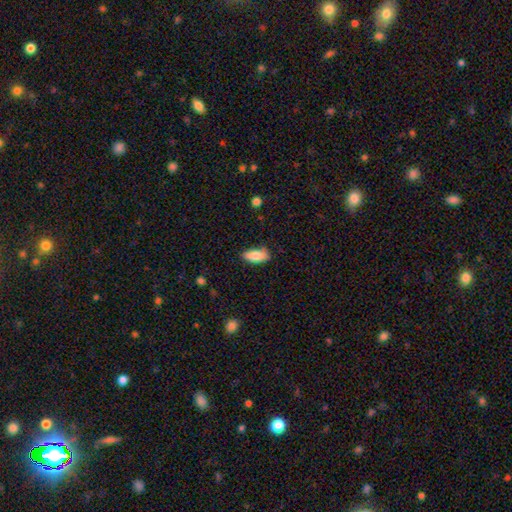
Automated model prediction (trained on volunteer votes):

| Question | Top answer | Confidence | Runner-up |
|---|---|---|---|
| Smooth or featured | smooth | 81% | featured or disk (12%) |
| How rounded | in between | 80% | cigar-shaped (17%) |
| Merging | none | 75% | minor disturbance (20%) |